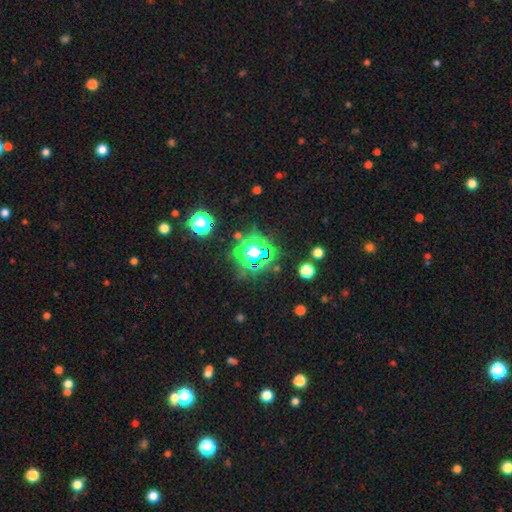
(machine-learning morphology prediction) type=star or artifact (64%).